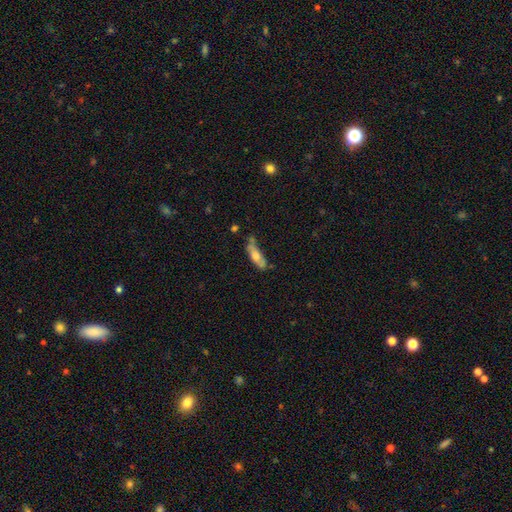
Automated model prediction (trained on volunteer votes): Smooth or featured: smooth — 55% (featured or disk — 38%)
How rounded: cigar-shaped — 54% (in between — 44%)
Merging: none — 47% (minor disturbance — 31%)